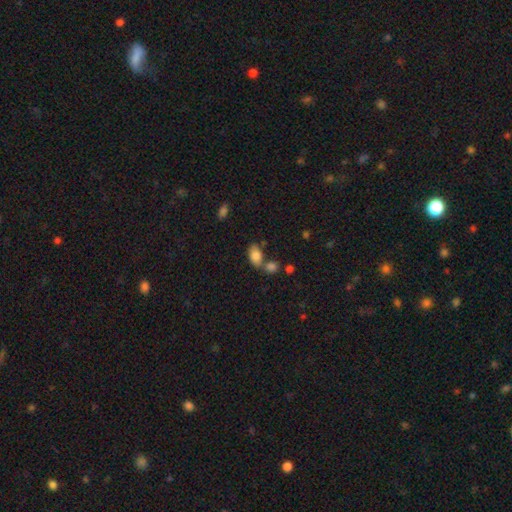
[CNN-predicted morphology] A smooth galaxy with no disk features (82%) that is in between round and cigar-shaped (89%). Merging: none (50%).